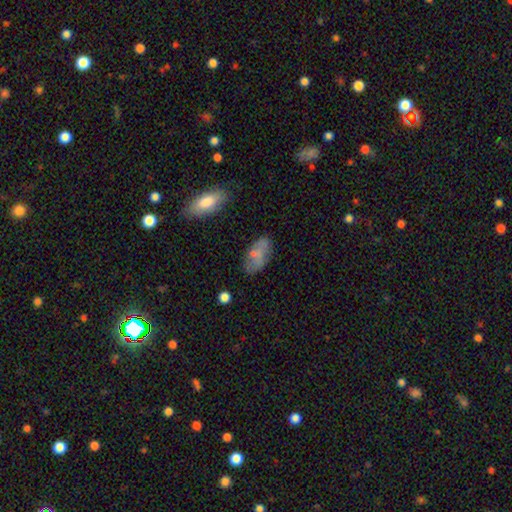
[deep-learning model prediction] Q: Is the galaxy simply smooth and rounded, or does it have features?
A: smooth — 64%.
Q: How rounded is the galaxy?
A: in between — 89%.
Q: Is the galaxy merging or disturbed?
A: none — 69%.